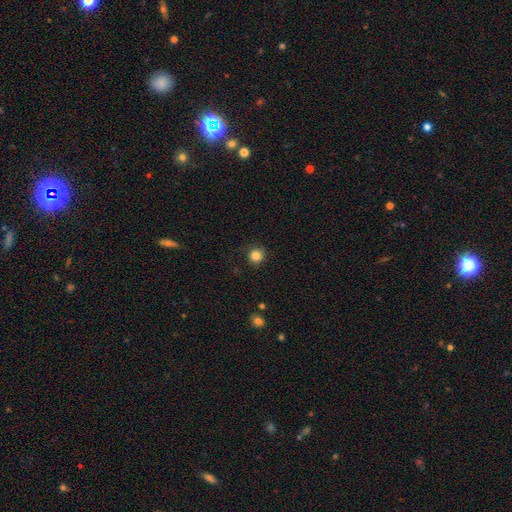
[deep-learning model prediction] Smooth or featured? Predicted: smooth (p=0.84). How rounded? Predicted: round (p=0.91). Merging? Predicted: none (p=0.86).